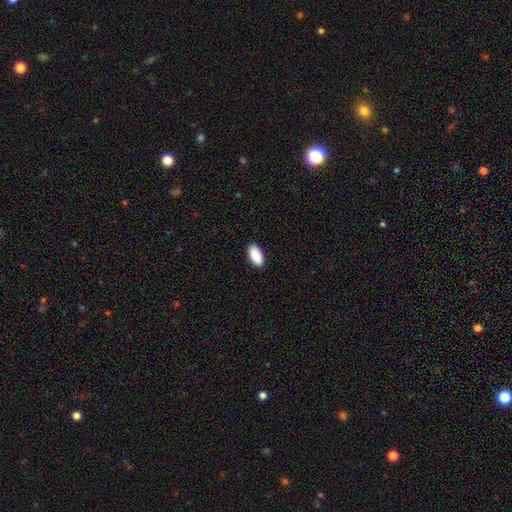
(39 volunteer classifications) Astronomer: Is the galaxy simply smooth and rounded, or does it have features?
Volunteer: smooth — 90%.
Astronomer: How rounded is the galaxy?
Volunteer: in between — 97%.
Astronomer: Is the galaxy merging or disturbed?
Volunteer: none — 94%.